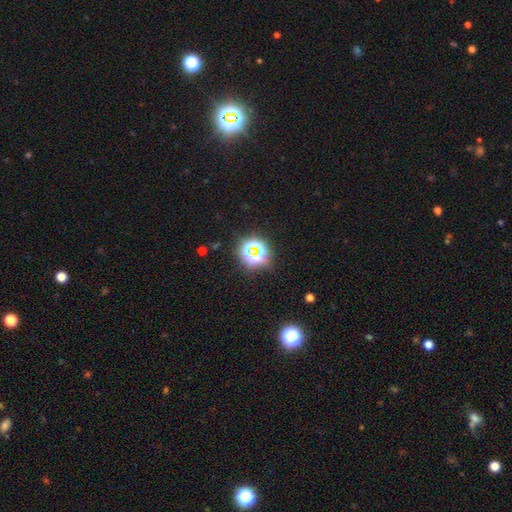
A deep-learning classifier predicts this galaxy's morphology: Smooth or featured: star or artifact — 69% (smooth — 22%)